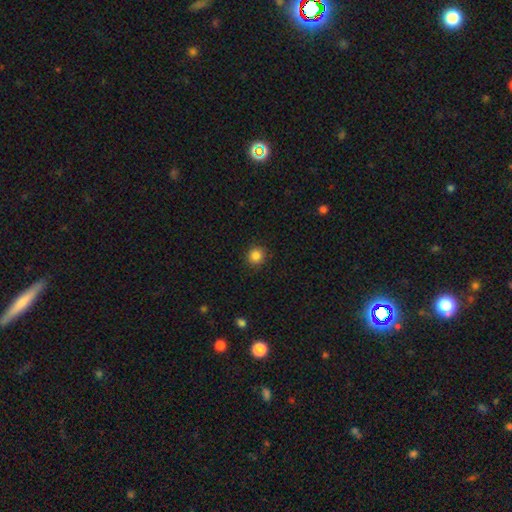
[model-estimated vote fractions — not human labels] Smooth or featured? smooth (86%)
How rounded? round (91%)
Merging? none (90%)